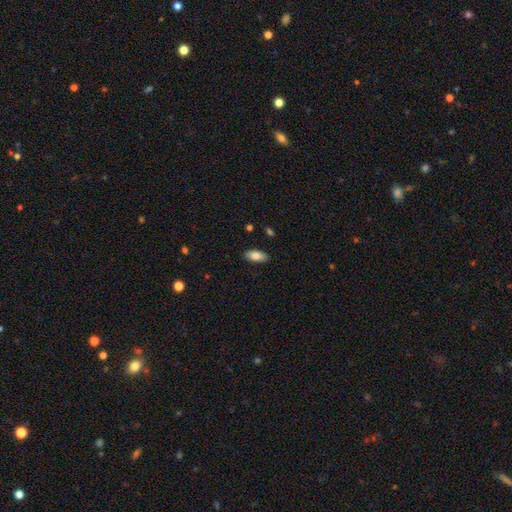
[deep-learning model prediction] smooth-or-featured: smooth: 82% | featured or disk: 11% | star or artifact: 7%
  how-rounded: in between: 90% | cigar-shaped: 8% | round: 2%
  merging: none: 87% | minor disturbance: 9% | major disturbance: 2% | merger: 1%